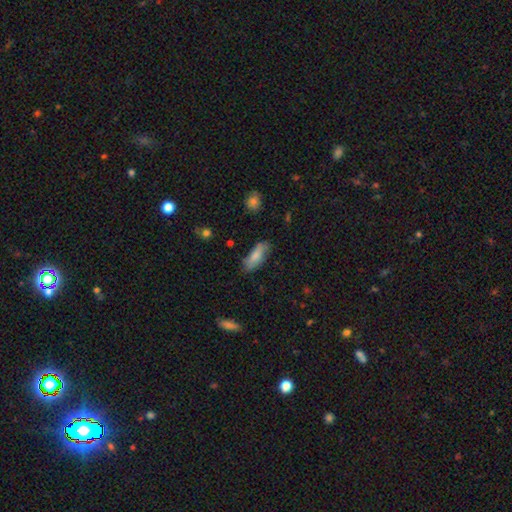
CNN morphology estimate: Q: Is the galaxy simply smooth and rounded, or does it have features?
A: smooth — 78%.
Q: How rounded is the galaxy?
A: in between — 70%.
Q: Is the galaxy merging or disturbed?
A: none — 73%.